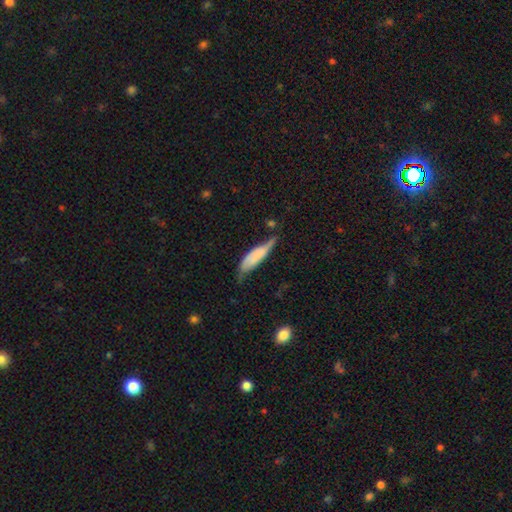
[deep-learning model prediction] Smooth or featured? smooth (59%)
How rounded? cigar-shaped (59%)
Merging? minor disturbance (40%)